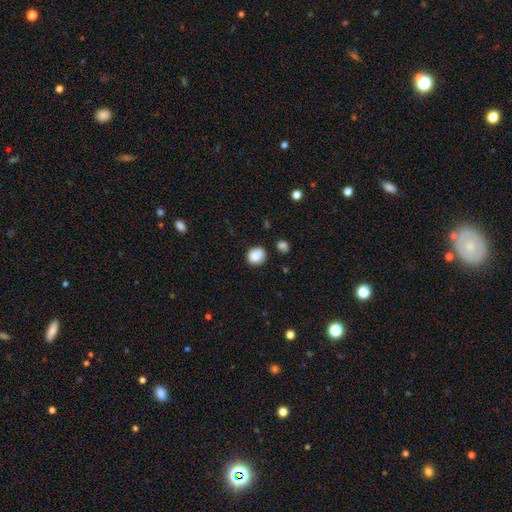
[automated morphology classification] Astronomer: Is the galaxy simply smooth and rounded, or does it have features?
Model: smooth — 87%.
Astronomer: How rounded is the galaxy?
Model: round — 68%.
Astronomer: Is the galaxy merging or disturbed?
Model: none — 76%.